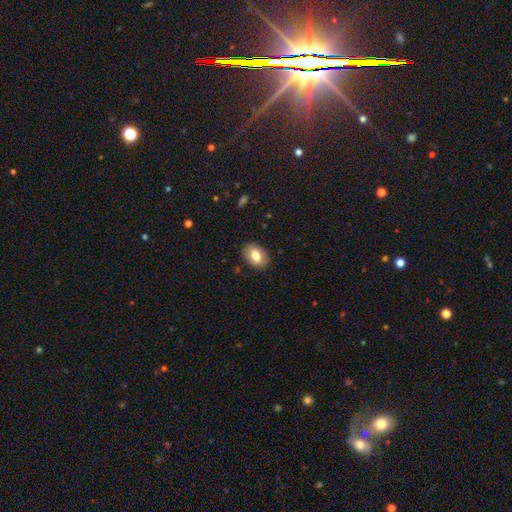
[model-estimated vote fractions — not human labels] Smooth or featured? Predicted: smooth (p=0.80). How rounded? Predicted: in between (p=0.85). Merging? Predicted: none (p=0.87).